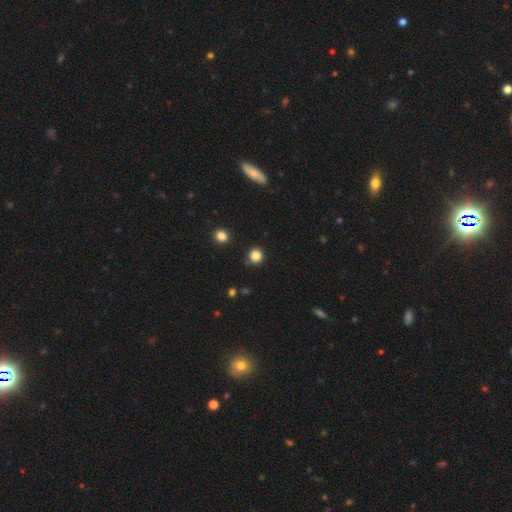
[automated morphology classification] Smooth or featured: smooth — 84% (star or artifact — 13%)
How rounded: round — 92% (in between — 7%)
Merging: none — 89% (minor disturbance — 7%)